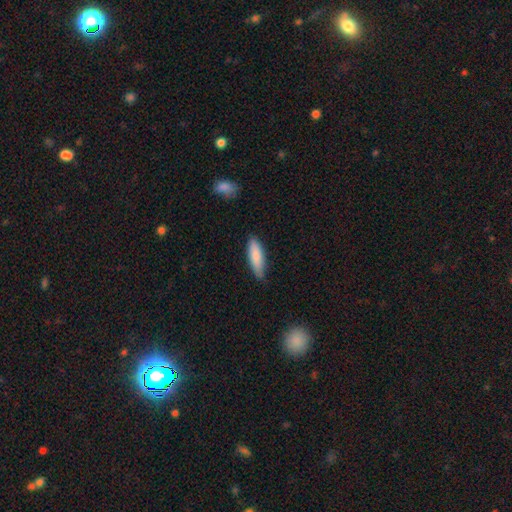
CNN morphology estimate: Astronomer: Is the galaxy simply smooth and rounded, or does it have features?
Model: smooth — 85%.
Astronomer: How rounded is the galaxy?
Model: cigar-shaped — 54% (runner-up: in between, 44%).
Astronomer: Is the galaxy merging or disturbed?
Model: none — 79%.